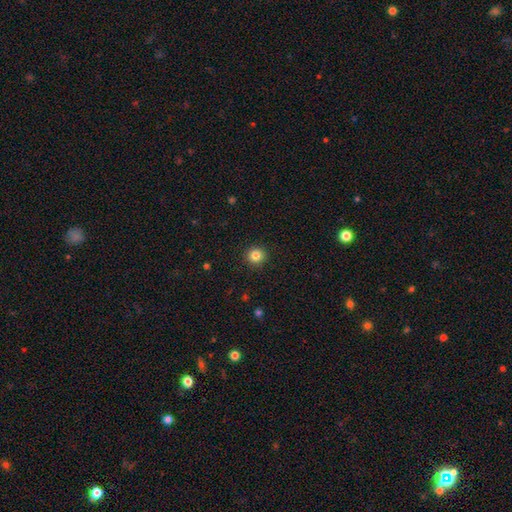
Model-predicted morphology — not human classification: smooth 84%, star or artifact 11%, featured or disk 5%. Down the decision tree: how rounded — round (92%); merging — none (92%).